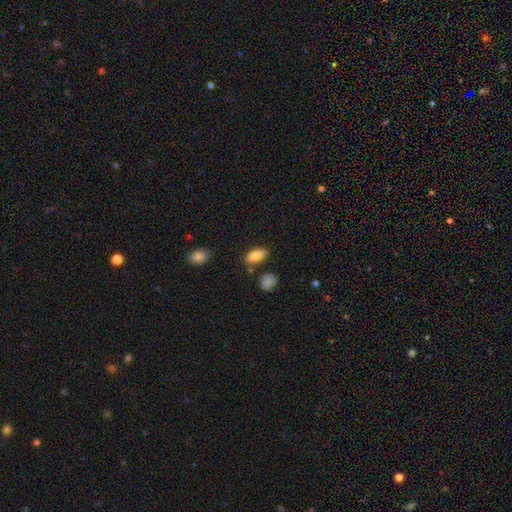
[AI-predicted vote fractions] smooth-or-featured: smooth: 81% | featured or disk: 12% | star or artifact: 7%
  how-rounded: in between: 84% | cigar-shaped: 13% | round: 4%
  merging: none: 81% | minor disturbance: 12% | merger: 5% | major disturbance: 3%